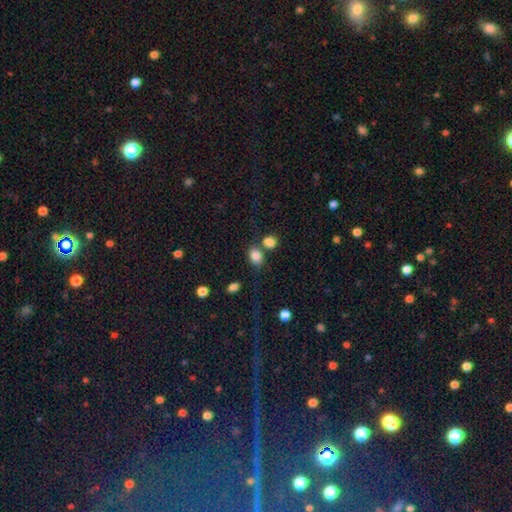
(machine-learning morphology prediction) Q: Smooth or featured?
A: smooth (84%); runner-up: star or artifact (10%)
Q: How rounded?
A: in between (69%); runner-up: round (30%)
Q: Merging?
A: none (58%); runner-up: merger (25%)